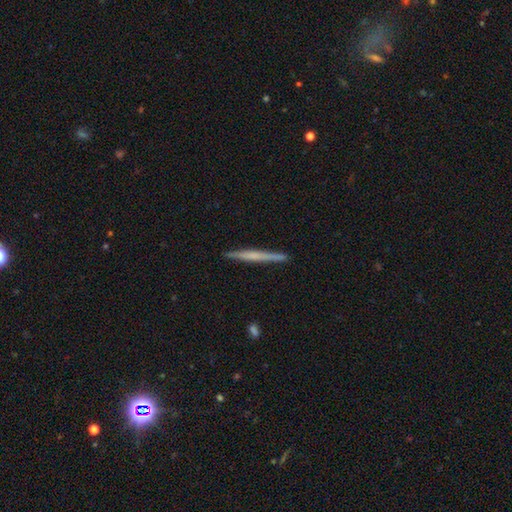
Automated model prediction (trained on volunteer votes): featured or disk 56%, smooth 39%, star or artifact 6%. Down the decision tree: edge-on disk — yes (98%); edge-on bulge — none (68%); merging — none (91%).